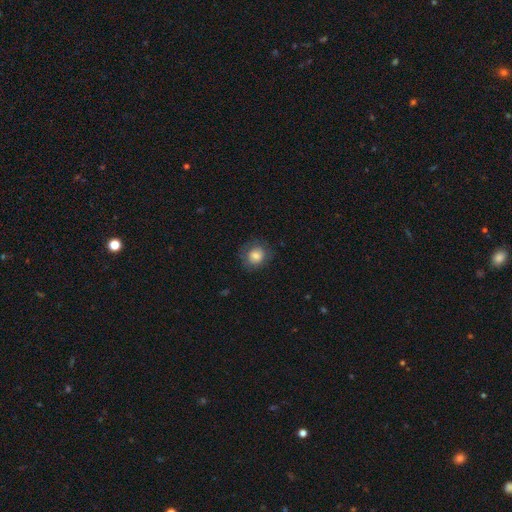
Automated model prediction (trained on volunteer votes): This is likely a smooth galaxy (79%). How rounded: likely round (75%). Merging: likely none (76%).